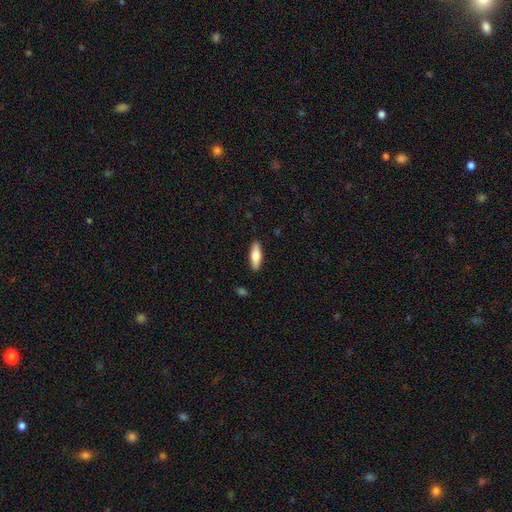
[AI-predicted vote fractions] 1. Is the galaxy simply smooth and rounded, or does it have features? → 75% smooth, 19% featured or disk, 5% star or artifact.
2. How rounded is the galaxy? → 54% in between, 44% cigar-shaped, 2% round.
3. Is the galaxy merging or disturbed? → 89% none, 8% minor disturbance, 2% major disturbance, 1% merger.